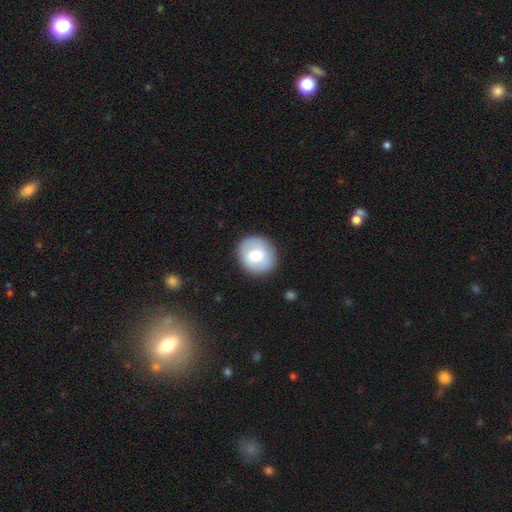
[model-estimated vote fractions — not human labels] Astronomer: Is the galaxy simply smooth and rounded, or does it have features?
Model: smooth — 64%.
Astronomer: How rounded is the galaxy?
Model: round — 79%.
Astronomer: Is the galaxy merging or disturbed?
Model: none — 88%.